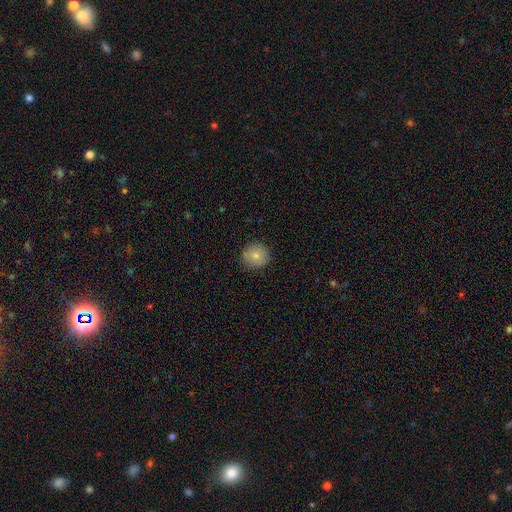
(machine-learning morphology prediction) smooth_or_featured: smooth (p=0.79) [alt: featured or disk p=0.11]
how_rounded: round (p=0.91) [alt: in between p=0.08]
merging: none (p=0.86) [alt: minor disturbance p=0.10]